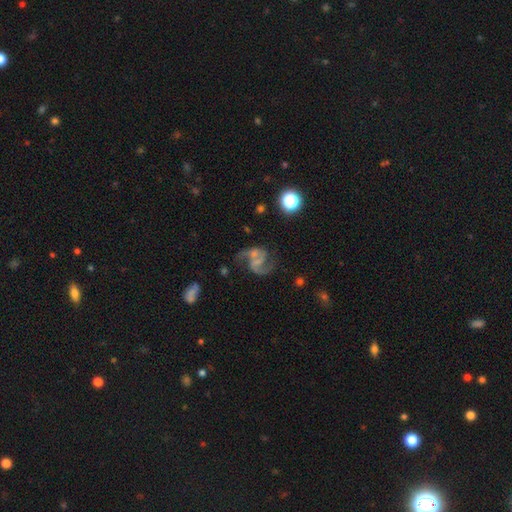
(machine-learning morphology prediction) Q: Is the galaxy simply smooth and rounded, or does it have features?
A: featured or disk — 84%.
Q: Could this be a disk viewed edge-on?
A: no — 98%.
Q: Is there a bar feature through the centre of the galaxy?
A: no — 47%.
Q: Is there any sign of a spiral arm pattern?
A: yes — 95%.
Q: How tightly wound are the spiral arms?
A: loose — 52%.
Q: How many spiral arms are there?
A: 2 — 90%.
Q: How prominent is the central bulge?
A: none — 43%.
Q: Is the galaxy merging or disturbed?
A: none — 53%.